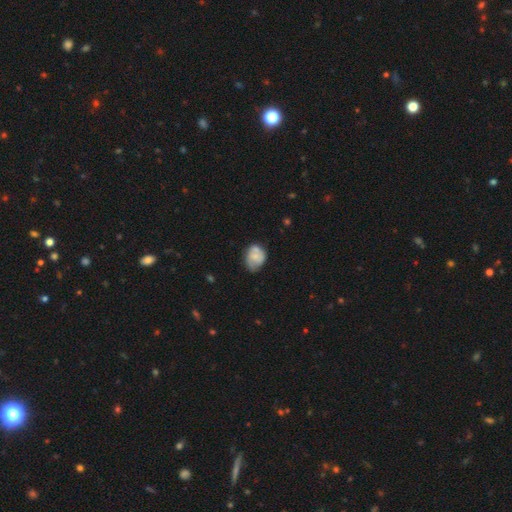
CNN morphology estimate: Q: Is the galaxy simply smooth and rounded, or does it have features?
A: smooth — 54%.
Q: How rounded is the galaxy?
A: in between — 64%.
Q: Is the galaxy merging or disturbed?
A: none — 46%.